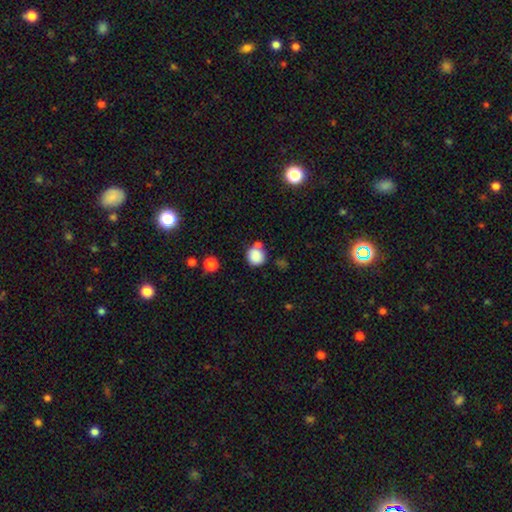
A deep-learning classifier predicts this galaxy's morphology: smooth 85%, star or artifact 10%, featured or disk 5%. Down the decision tree: how rounded — round (87%); merging — none (62%).